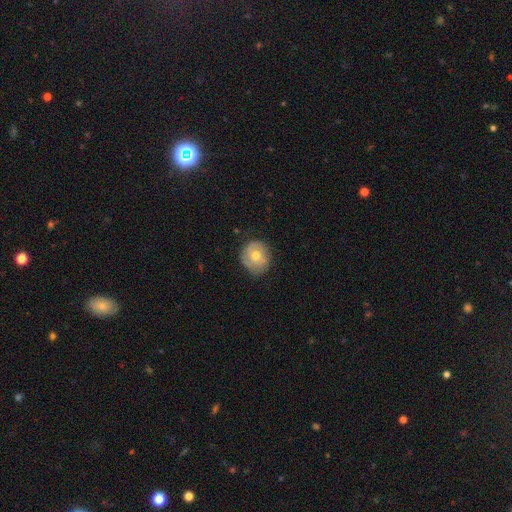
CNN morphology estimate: A smooth galaxy with no disk features (54%) that is round (83%).

Vote fractions:
- Smooth or featured? smooth: 54% / featured or disk: 38% / star or artifact: 7%
- How rounded? round: 83% / in between: 16% / cigar-shaped: 1%
- Merging? none: 69% / minor disturbance: 24% / major disturbance: 5% / merger: 1%